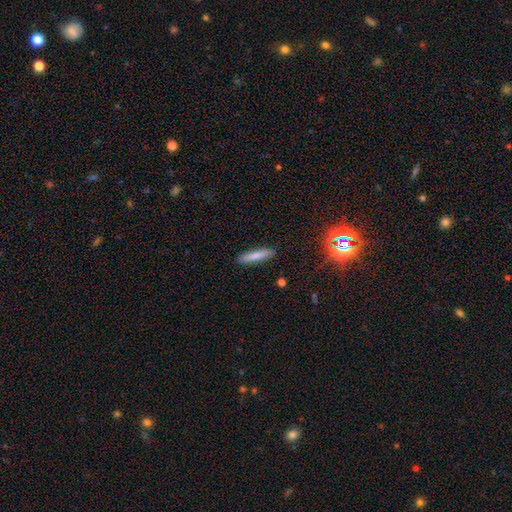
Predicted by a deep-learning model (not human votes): smooth_or_featured: smooth (p=0.78) [alt: featured or disk p=0.15]
how_rounded: cigar-shaped (p=0.84) [alt: in between p=0.15]
merging: none (p=0.90) [alt: minor disturbance p=0.07]